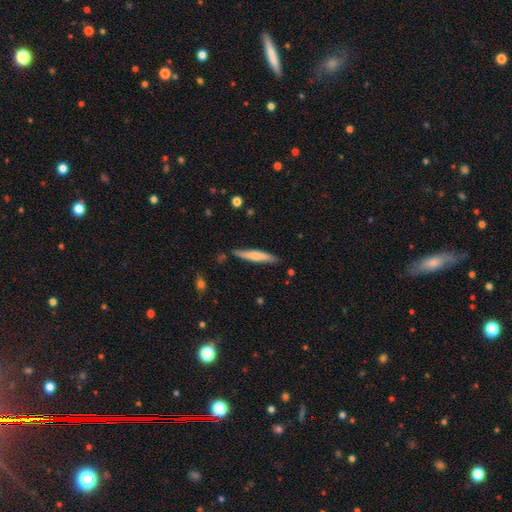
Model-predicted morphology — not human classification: type=smooth (59%); roundness=cigar-shaped (91%); merging=none (83%).